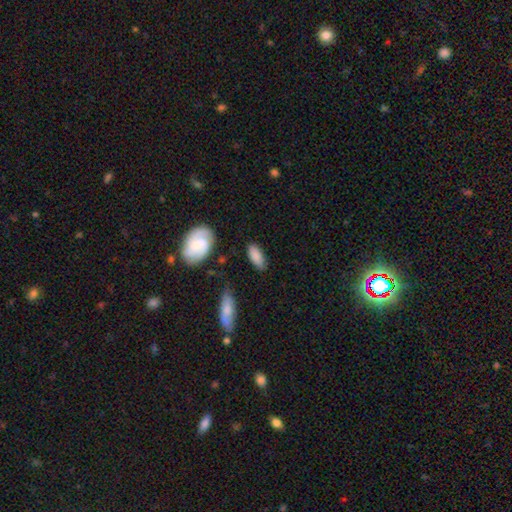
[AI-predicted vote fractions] The model was most divided on "merging": none: 76%, minor disturbance: 16%, major disturbance: 4%, merger: 3%. More confident: how rounded — in between (87%); smooth or featured — smooth (80%).